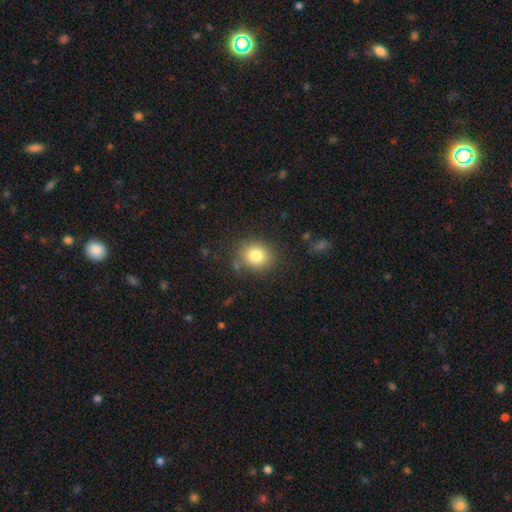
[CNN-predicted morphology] Q: Smooth or featured?
A: smooth (81%); runner-up: star or artifact (11%)
Q: How rounded?
A: round (70%); runner-up: in between (29%)
Q: Merging?
A: none (80%); runner-up: minor disturbance (13%)